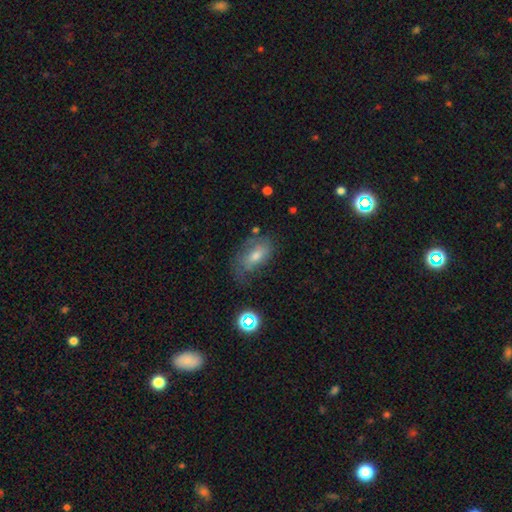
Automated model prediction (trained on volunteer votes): This is possibly a smooth galaxy (50%). Merging: possibly none (49%).